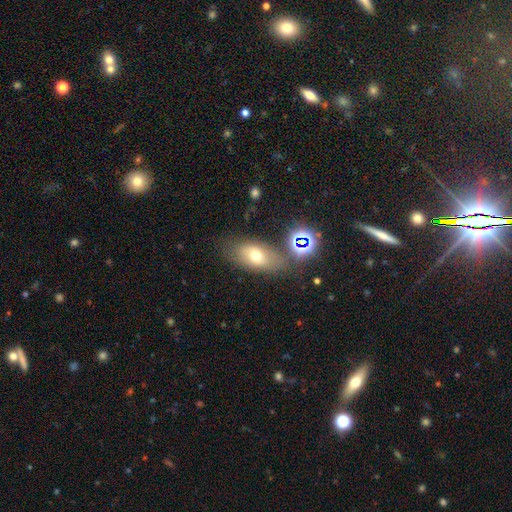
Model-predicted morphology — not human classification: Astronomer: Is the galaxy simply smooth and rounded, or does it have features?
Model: smooth — 61%.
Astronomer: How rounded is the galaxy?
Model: in between — 85%.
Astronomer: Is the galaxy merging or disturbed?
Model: none — 64%.